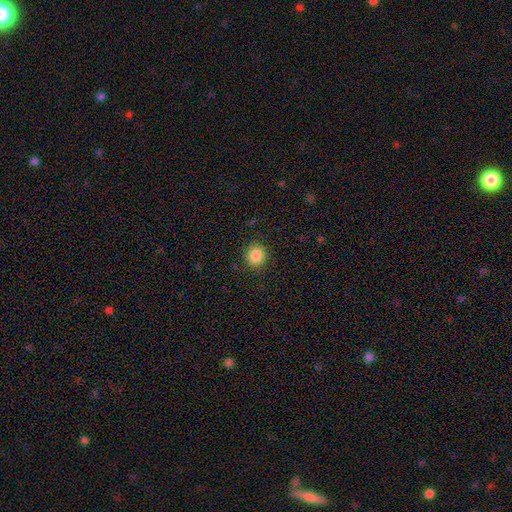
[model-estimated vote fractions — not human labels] A smooth galaxy with no disk features (87%) that is round (88%).

Vote fractions:
- Smooth or featured? smooth: 87% / star or artifact: 10% / featured or disk: 4%
- How rounded? round: 88% / in between: 11% / cigar-shaped: 1%
- Merging? none: 90% / minor disturbance: 7% / major disturbance: 3% / merger: 1%